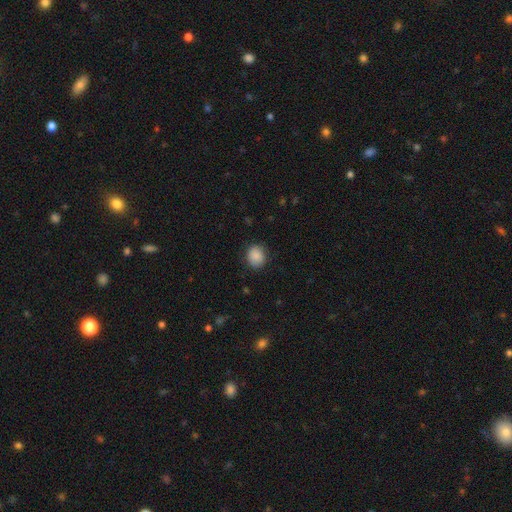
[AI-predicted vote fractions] Smooth or featured? Predicted: smooth (p=0.88). How rounded? Predicted: round (p=0.67). Merging? Predicted: none (p=0.86).